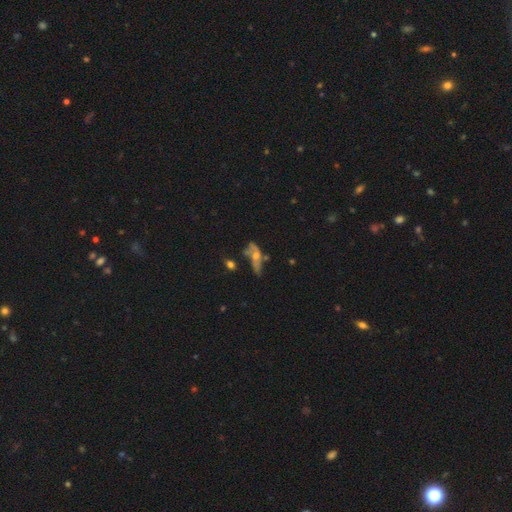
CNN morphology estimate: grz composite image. It shows a featured or disk galaxy (53%). Merging: none (33%).